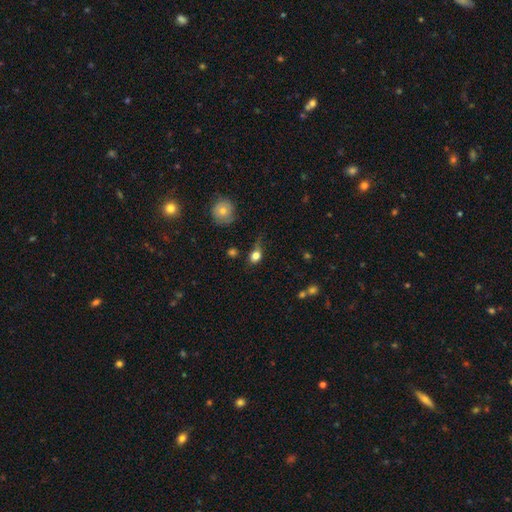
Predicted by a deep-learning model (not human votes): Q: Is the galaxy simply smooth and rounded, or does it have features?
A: smooth — 79%.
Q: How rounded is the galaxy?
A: round — 57%.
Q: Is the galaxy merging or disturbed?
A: none — 46%.